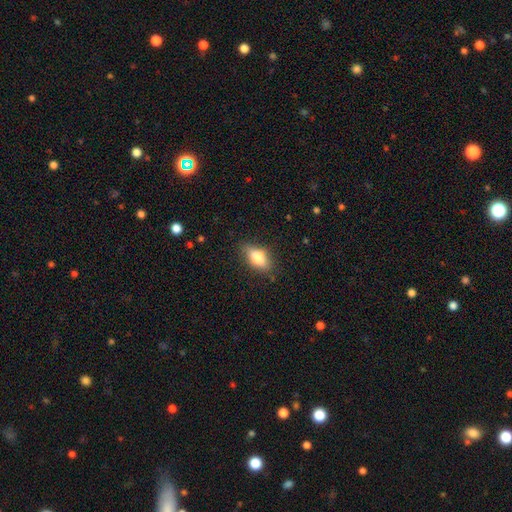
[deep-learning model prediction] This is likely a smooth galaxy (77%). How rounded: clearly in between (84%). Merging: likely none (78%).